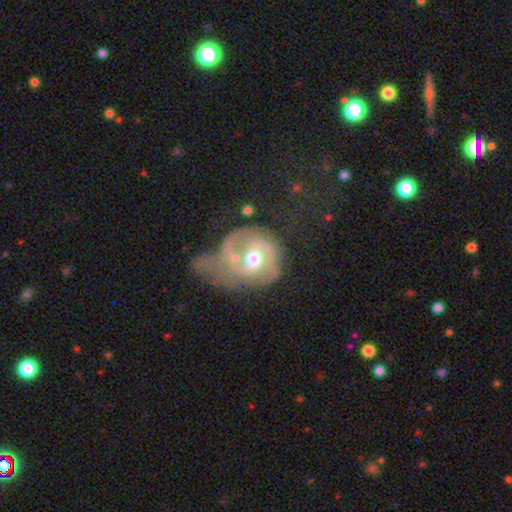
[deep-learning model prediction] A featured or disk galaxy (77%) with no bar (53%), 2 (46%) tight (43%) spiral arms (79%) and a moderate central bulge (73%). Merging: major disturbance (38%).